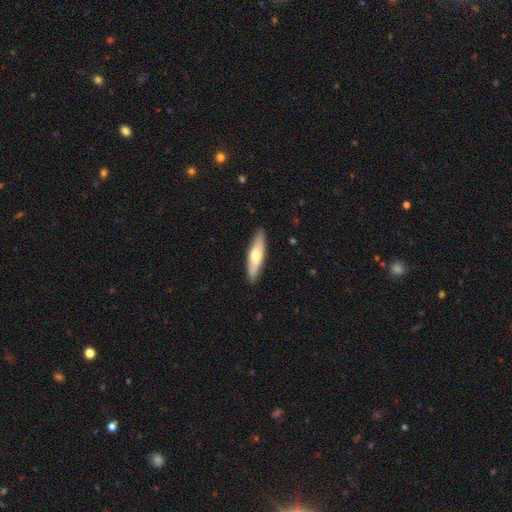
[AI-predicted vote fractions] Smooth or featured? Predicted: smooth (p=0.57). How rounded? Predicted: cigar-shaped (p=0.71). Merging? Predicted: none (p=0.88).